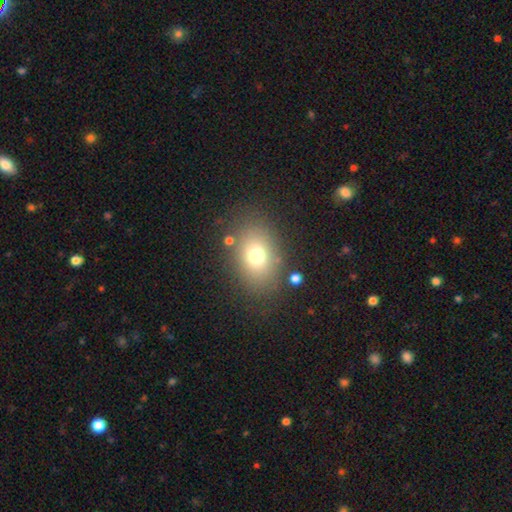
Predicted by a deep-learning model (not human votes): The model was most divided on "how rounded": in between: 66%, round: 33%, cigar-shaped: 1%. More confident: merging — none (80%); smooth or featured — smooth (72%).